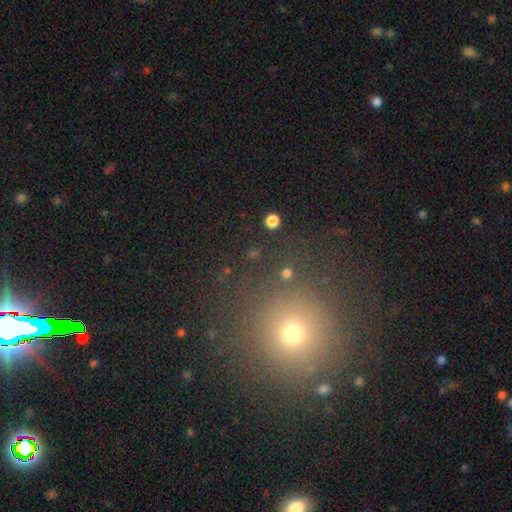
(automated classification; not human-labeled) Smooth or featured? Predicted: smooth (p=0.55). How rounded? Predicted: round (p=0.90). Merging? Predicted: none (p=0.83).